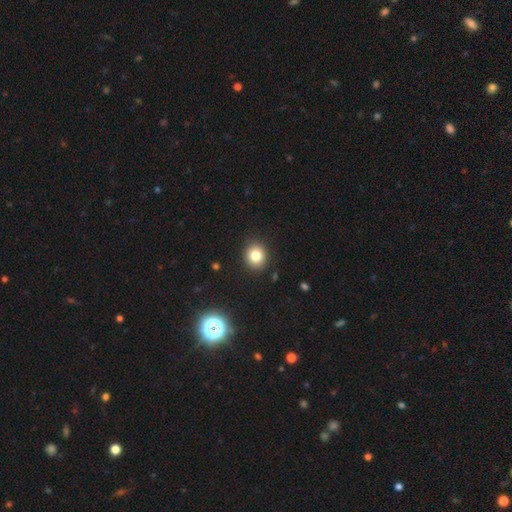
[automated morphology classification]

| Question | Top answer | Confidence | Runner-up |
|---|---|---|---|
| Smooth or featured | smooth | 80% | star or artifact (12%) |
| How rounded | round | 80% | in between (19%) |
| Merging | none | 90% | minor disturbance (7%) |